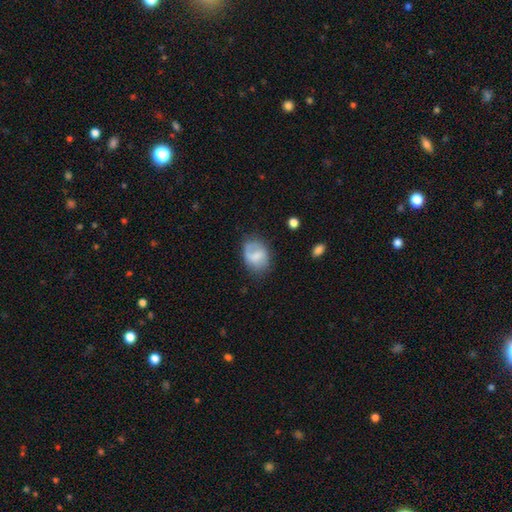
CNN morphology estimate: This appears to be a smooth galaxy with no disk features (55%) that is in between round and cigar-shaped (66%). Merging: none (57%).